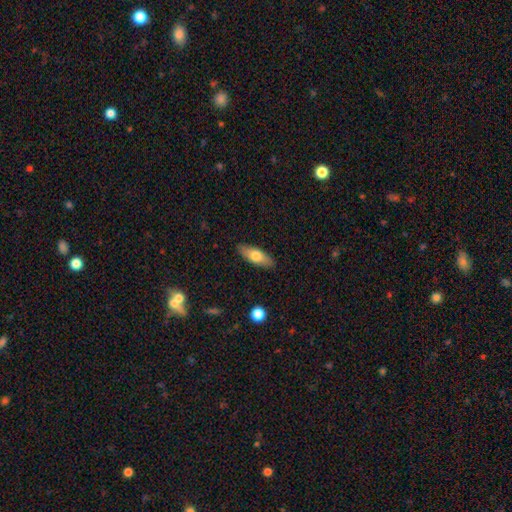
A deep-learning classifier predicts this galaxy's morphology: smooth 68%, featured or disk 26%, star or artifact 6%. Down the decision tree: how rounded — in between (66%); merging — none (88%).